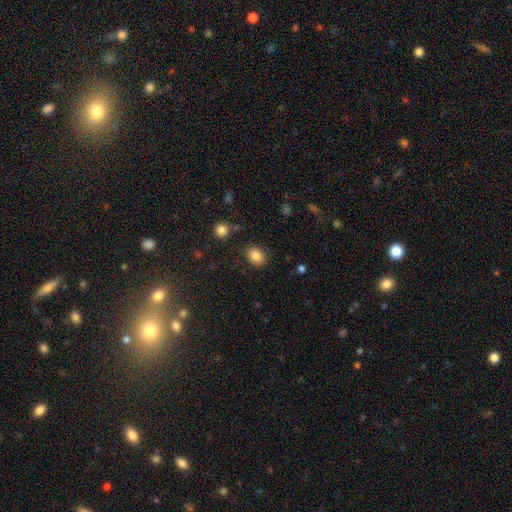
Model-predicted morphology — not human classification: The model was most divided on "how rounded": in between: 62%, round: 37%, cigar-shaped: 1%. More confident: smooth or featured — smooth (85%); merging — none (84%).